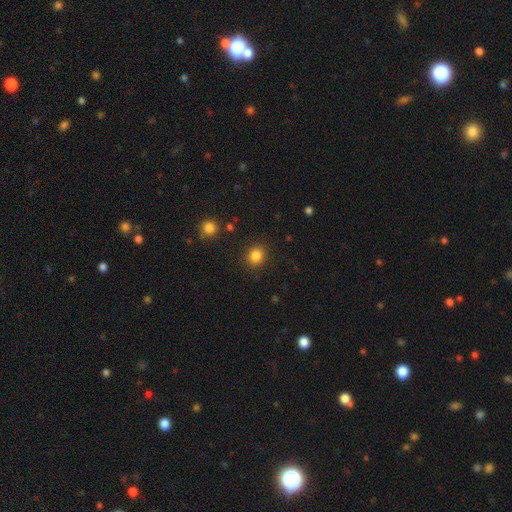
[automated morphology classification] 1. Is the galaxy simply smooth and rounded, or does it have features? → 84% smooth, 11% star or artifact, 5% featured or disk.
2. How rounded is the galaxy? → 76% round, 23% in between, 1% cigar-shaped.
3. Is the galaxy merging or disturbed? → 88% none, 7% minor disturbance, 3% major disturbance, 2% merger.